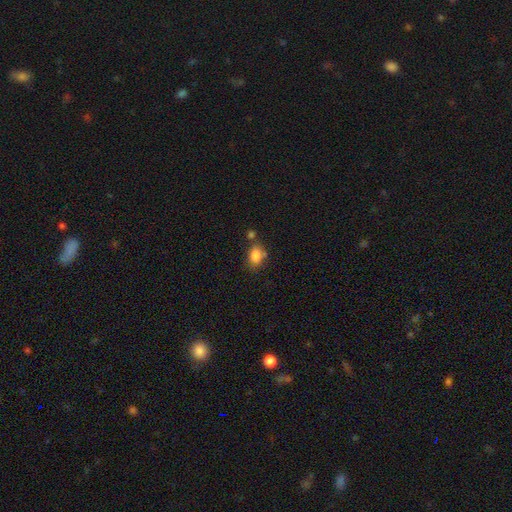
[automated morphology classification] Smooth or featured?
  - smooth: 82% *
  - star or artifact: 10%
  - featured or disk: 8%
How rounded?
  - in between: 70% *
  - round: 29%
  - cigar-shaped: 1%
Merging?
  - none: 59% *
  - minor disturbance: 20%
  - merger: 15%
  - major disturbance: 5%